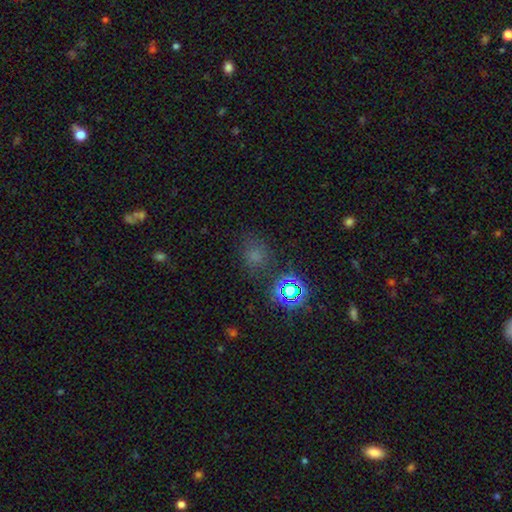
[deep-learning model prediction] Smooth or featured? Predicted: smooth (p=0.56). How rounded? Predicted: round (p=0.70). Merging? Predicted: none (p=0.73).